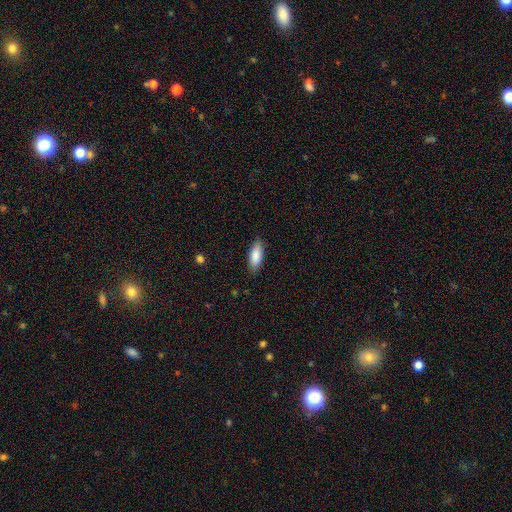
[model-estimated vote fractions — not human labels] A smooth galaxy with no disk features (87%) that is in between round and cigar-shaped (75%).

Vote fractions:
- Smooth or featured? smooth: 87% / featured or disk: 7% / star or artifact: 6%
- How rounded? in between: 75% / cigar-shaped: 23% / round: 2%
- Merging? none: 87% / minor disturbance: 10% / major disturbance: 2% / merger: 1%